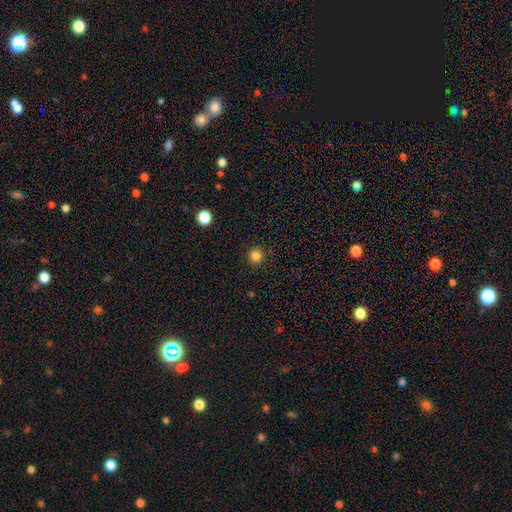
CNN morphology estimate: Smooth or featured? Predicted: smooth (p=0.84). How rounded? Predicted: round (p=0.95). Merging? Predicted: none (p=0.91).